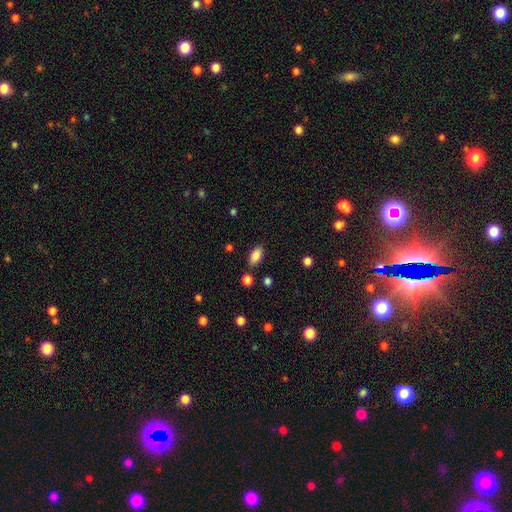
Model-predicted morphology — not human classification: smooth_or_featured: smooth (p=0.85) [alt: star or artifact p=0.08]
how_rounded: in between (p=0.90) [alt: cigar-shaped p=0.05]
merging: none (p=0.83) [alt: minor disturbance p=0.11]